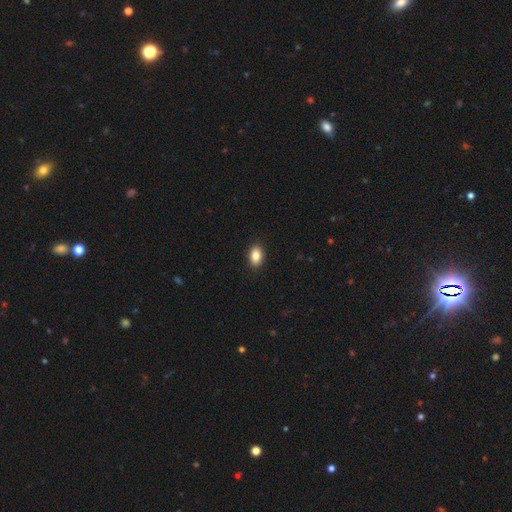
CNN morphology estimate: type=smooth (87%); roundness=in between (87%); merging=none (90%).